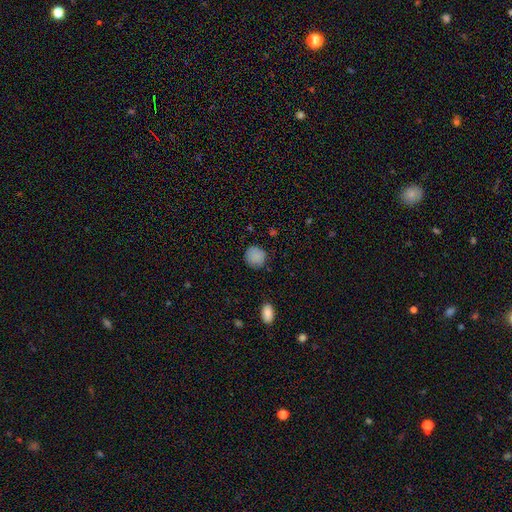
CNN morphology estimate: smooth-or-featured: smooth: 86% | star or artifact: 9% | featured or disk: 5%
  how-rounded: round: 87% | in between: 12% | cigar-shaped: 1%
  merging: none: 82% | minor disturbance: 13% | major disturbance: 3% | merger: 1%